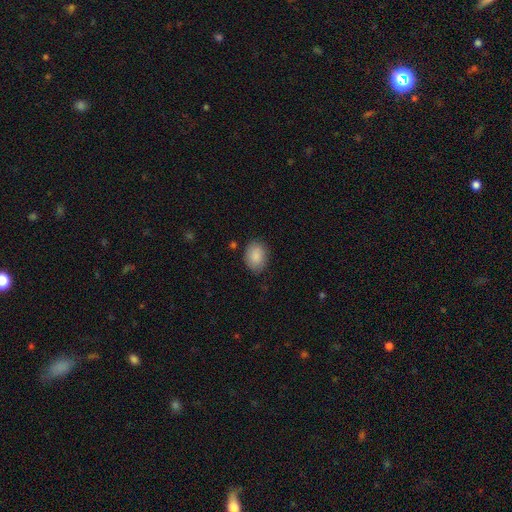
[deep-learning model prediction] Morphology: type=smooth (88%); roundness=in between (74%); merging=none (81%).